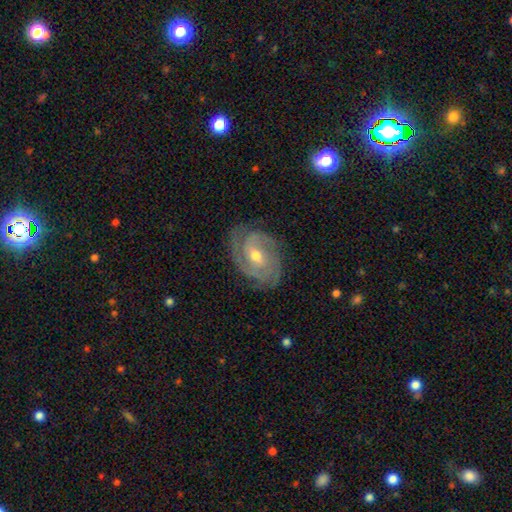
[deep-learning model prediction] A featured or disk galaxy (89%) with no bar (43%), 3 (37%) tight (65%) spiral arms (97%) and a moderate central bulge (60%). Merging: none (80%).